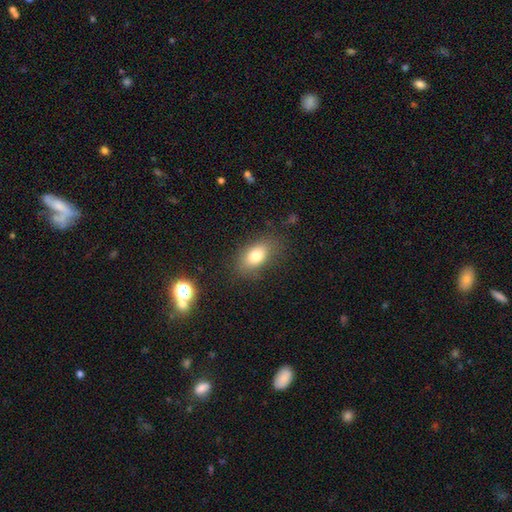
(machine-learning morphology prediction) Smooth or featured? smooth (79%)
How rounded? in between (86%)
Merging? none (78%)